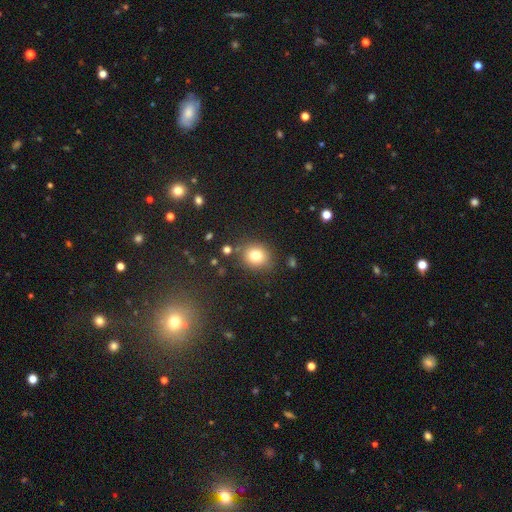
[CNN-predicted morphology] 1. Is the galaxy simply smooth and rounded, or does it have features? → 79% smooth, 12% star or artifact, 9% featured or disk.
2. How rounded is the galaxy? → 72% round, 27% in between, 1% cigar-shaped.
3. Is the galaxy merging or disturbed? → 82% none, 11% minor disturbance, 4% merger, 3% major disturbance.